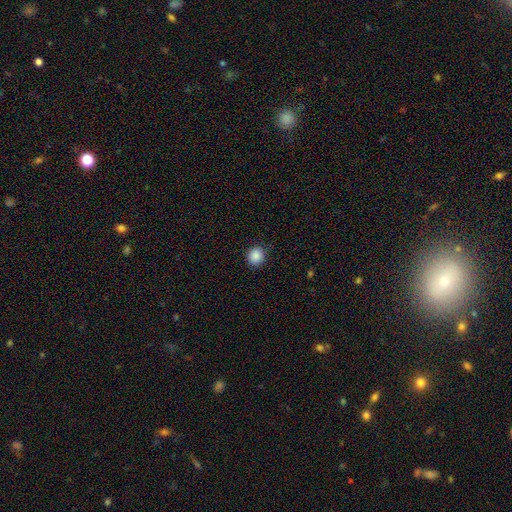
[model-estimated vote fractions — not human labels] This appears to be a smooth galaxy with no disk features (87%) that is round (86%). Merging: none (86%).